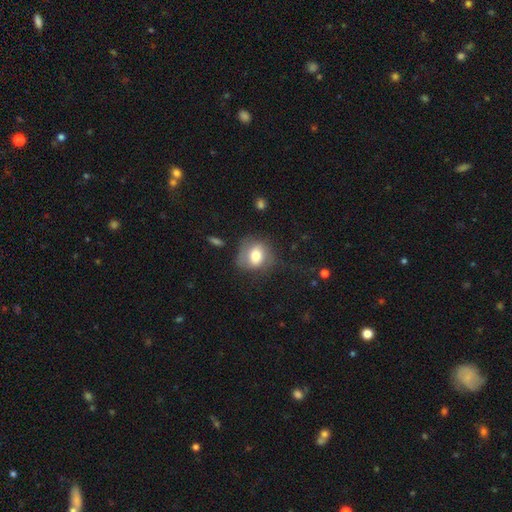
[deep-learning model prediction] Morphology: type=smooth (67%); roundness=round (61%); merging=none (54%).